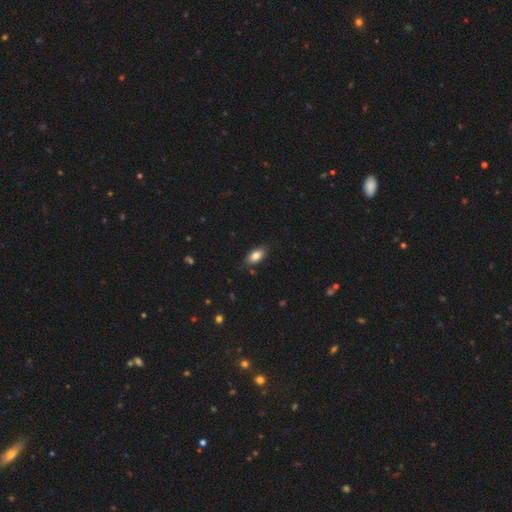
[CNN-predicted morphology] The model was most divided on "merging": none: 83%, minor disturbance: 13%, major disturbance: 2%, merger: 1%. More confident: how rounded — in between (91%); smooth or featured — smooth (83%).